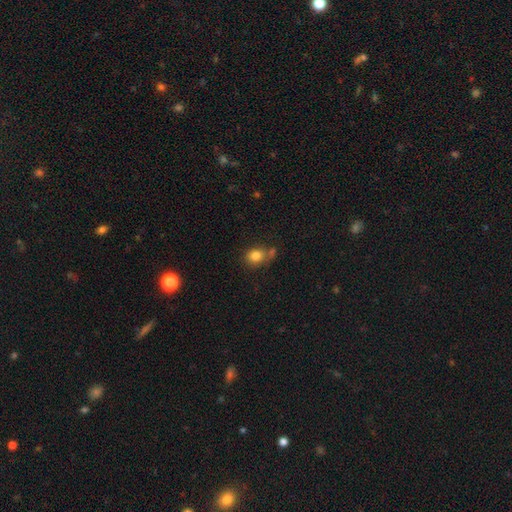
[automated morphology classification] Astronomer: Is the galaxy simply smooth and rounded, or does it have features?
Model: smooth — 82%.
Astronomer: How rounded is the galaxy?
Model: round — 63%.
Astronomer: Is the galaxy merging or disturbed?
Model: none — 57%.